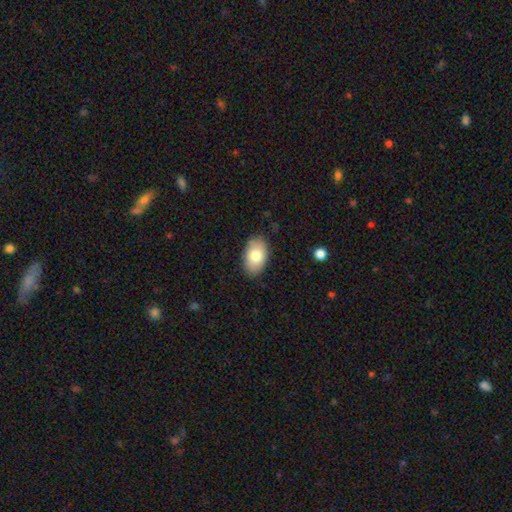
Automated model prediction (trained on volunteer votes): Smooth or featured? Predicted: smooth (p=0.79). How rounded? Predicted: in between (p=0.93). Merging? Predicted: none (p=0.85).